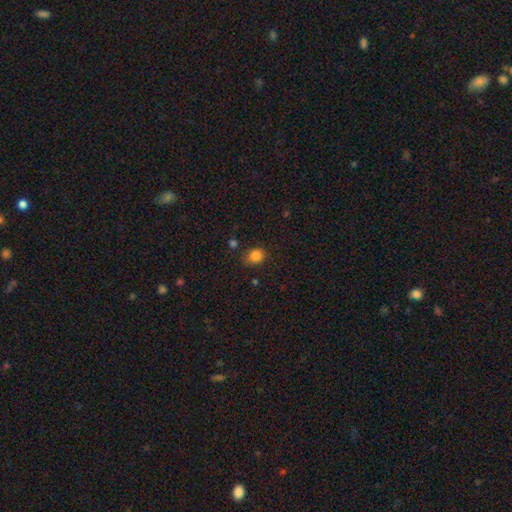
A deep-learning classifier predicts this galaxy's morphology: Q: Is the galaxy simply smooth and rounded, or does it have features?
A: smooth — 84%.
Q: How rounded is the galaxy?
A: round — 57%.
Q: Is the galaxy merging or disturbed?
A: none — 73%.